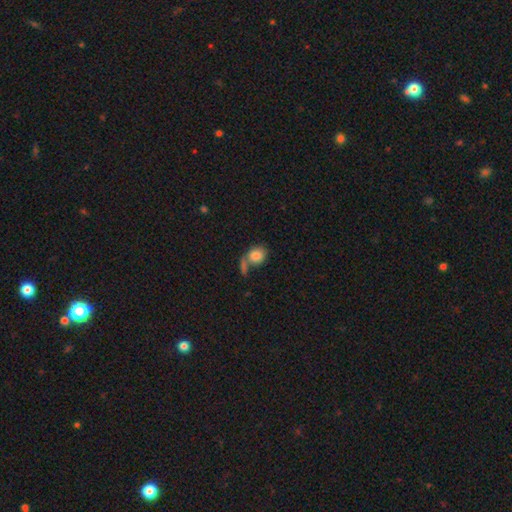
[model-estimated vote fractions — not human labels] This is clearly a smooth galaxy (82%). How rounded: possibly round (51%). Merging: marginally none (43%).